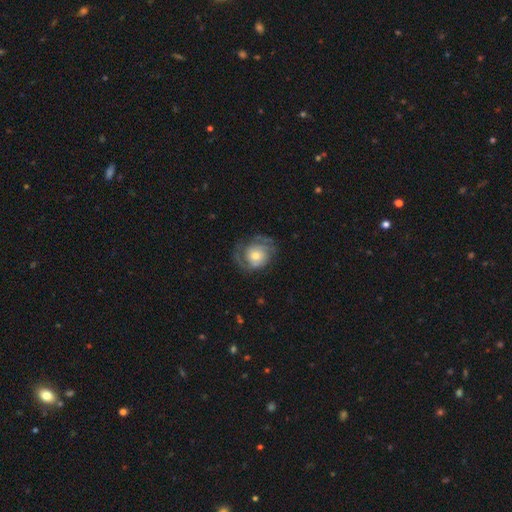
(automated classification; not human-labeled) Smooth or featured?
  - featured or disk: 73% *
  - smooth: 21%
  - star or artifact: 6%
Edge-on disk?
  - no: 97% *
  - yes: 3%
Bar?
  - no: 76% *
  - weak: 20%
  - strong: 4%
Spiral arms?
  - yes: 89% *
  - no: 11%
Spiral winding?
  - tight: 47% *
  - medium: 38%
  - loose: 15%
Spiral arm count?
  - 2: 51% *
  - can't tell: 21%
  - 3: 13%
  - 1: 7%
  - 4: 4%
  - more than 4: 3%
Bulge size?
  - moderate: 62% *
  - small: 26%
  - large: 9%
  - none: 2%
  - dominant: 1%
Merging?
  - none: 66% *
  - minor disturbance: 19%
  - major disturbance: 14%
  - merger: 1%